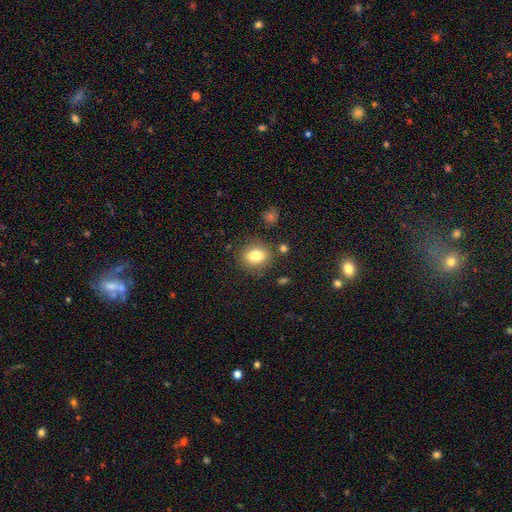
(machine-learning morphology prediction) This is clearly a smooth galaxy (80%). How rounded: possibly in between (60%). Merging: clearly none (81%).